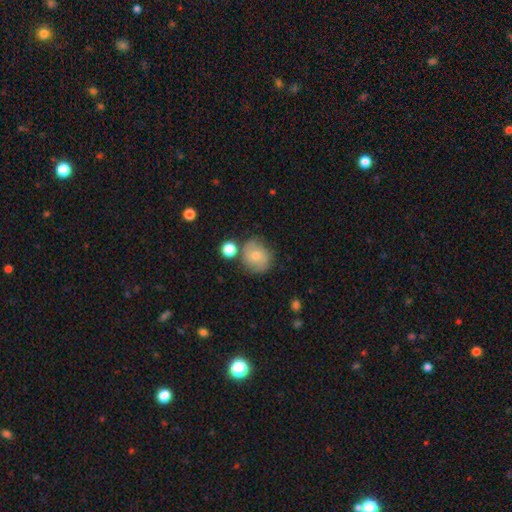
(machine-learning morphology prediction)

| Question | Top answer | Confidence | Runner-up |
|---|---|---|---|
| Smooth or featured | smooth | 61% | featured or disk (29%) |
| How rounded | round | 77% | in between (22%) |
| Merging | none | 65% | minor disturbance (20%) |